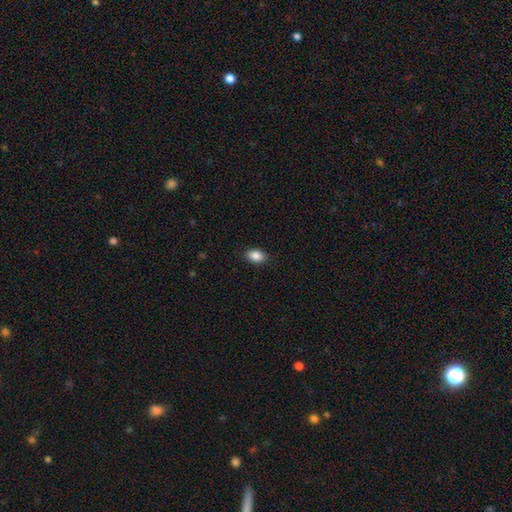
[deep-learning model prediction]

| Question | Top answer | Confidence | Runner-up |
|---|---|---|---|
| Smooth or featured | smooth | 88% | star or artifact (8%) |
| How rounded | in between | 86% | round (13%) |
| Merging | none | 88% | minor disturbance (9%) |